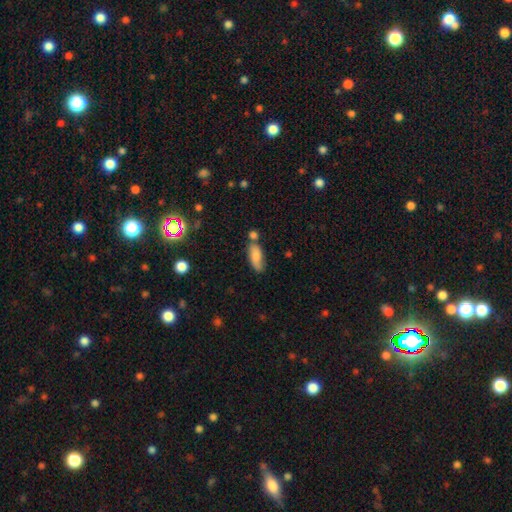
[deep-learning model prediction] smooth_or_featured: smooth (p=0.78) [alt: featured or disk p=0.13]
how_rounded: in between (p=0.78) [alt: cigar-shaped p=0.20]
merging: none (p=0.53) [alt: minor disturbance p=0.22]